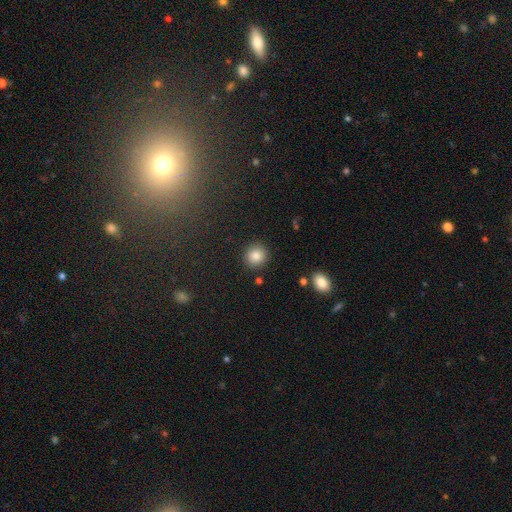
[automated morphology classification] smooth-or-featured: smooth: 84% | star or artifact: 10% | featured or disk: 6%
  how-rounded: round: 88% | in between: 10% | cigar-shaped: 1%
  merging: none: 89% | minor disturbance: 7% | major disturbance: 2% | merger: 2%